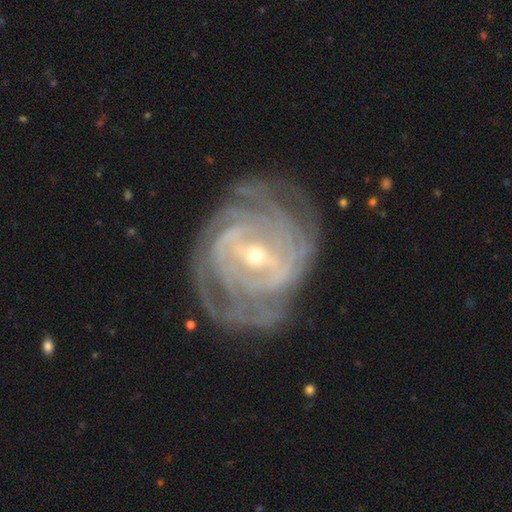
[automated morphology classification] type=featured or disk (90%); edge-on=no (96%); bar=strong (43%); spiral arms=yes (96%); winding=tight (74%); arm count=can't tell (29%); bulge=small (67%); merging=none (72%).